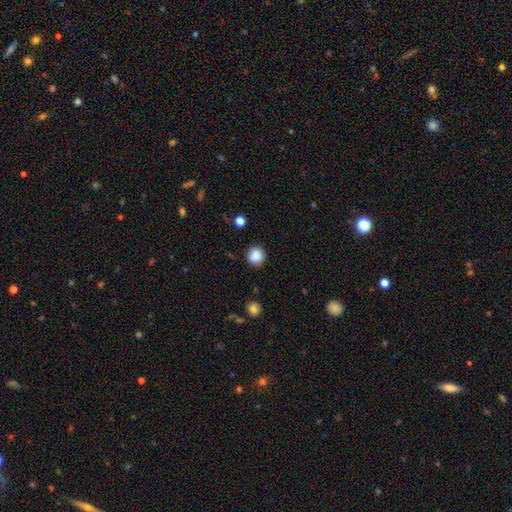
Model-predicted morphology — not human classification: The model was most divided on "merging": none: 84%, minor disturbance: 11%, major disturbance: 3%, merger: 2%. More confident: how rounded — round (89%); smooth or featured — smooth (86%).